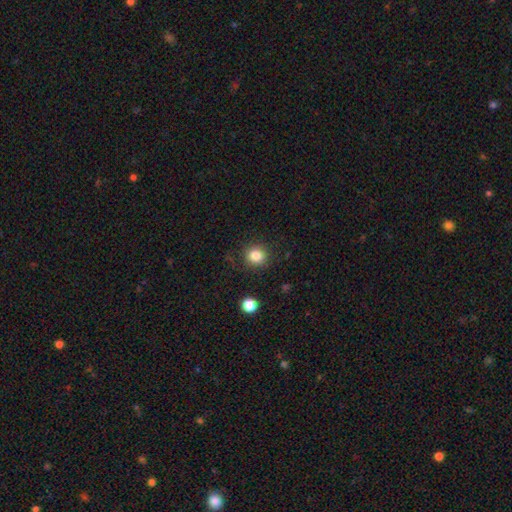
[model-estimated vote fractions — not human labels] Smooth or featured? Predicted: smooth (p=0.84). How rounded? Predicted: round (p=0.89). Merging? Predicted: none (p=0.87).